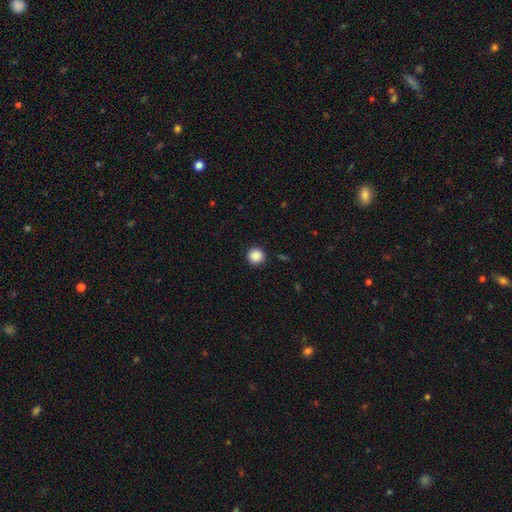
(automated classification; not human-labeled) Overall: smooth (87%). How rounded: round (95%). Merging: none (90%).